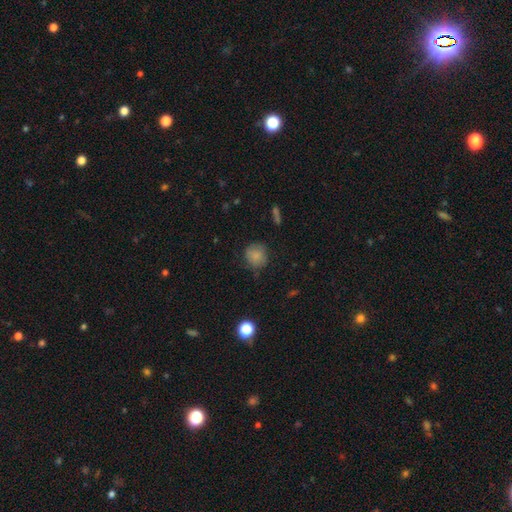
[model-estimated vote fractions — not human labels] smooth 84%, star or artifact 9%, featured or disk 7%. Down the decision tree: how rounded — round (86%); merging — none (75%).